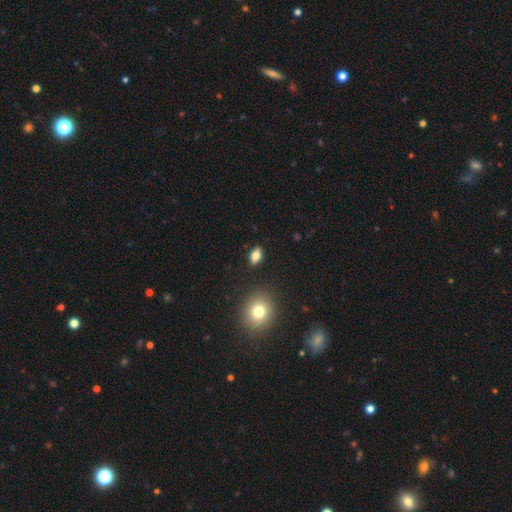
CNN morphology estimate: smooth_or_featured: smooth (p=0.79) [alt: featured or disk p=0.11]
how_rounded: in between (p=0.86) [alt: round p=0.11]
merging: none (p=0.88) [alt: minor disturbance p=0.08]